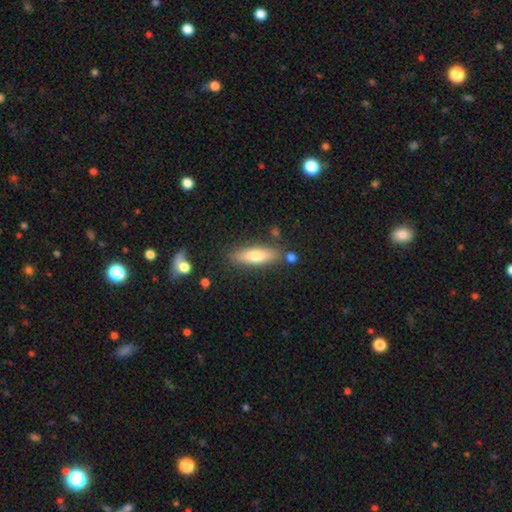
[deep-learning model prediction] smooth 67%, featured or disk 27%, star or artifact 6%. Down the decision tree: how rounded — cigar-shaped (54%); merging — none (81%).